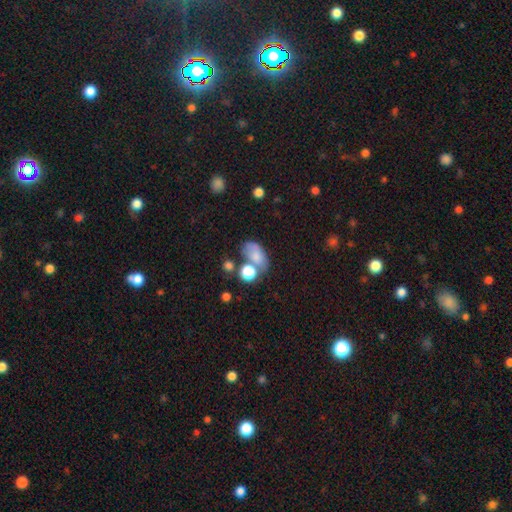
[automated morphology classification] The model was most divided on "merging": none: 35%, merger: 29%, minor disturbance: 21%, major disturbance: 14%. More confident: how rounded — in between (83%); smooth or featured — smooth (72%).